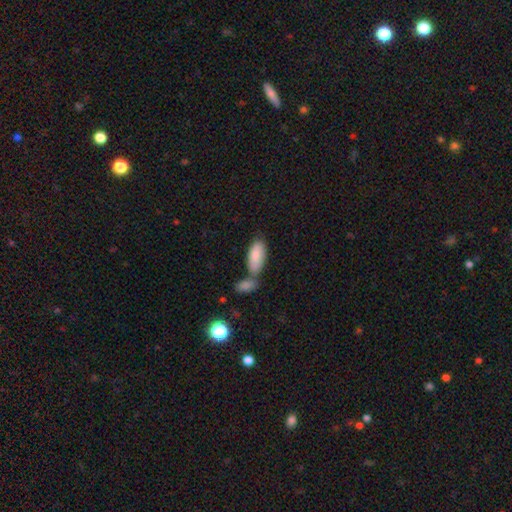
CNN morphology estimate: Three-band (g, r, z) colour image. It shows a smooth galaxy with no disk features (85%) that is in between round and cigar-shaped (87%). Merging: none (43%).